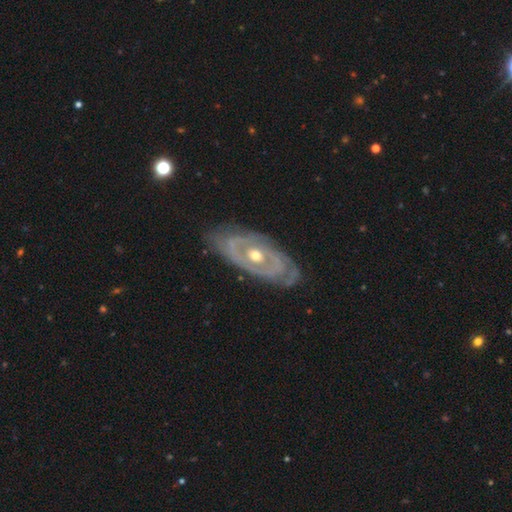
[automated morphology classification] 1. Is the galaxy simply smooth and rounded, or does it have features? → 85% featured or disk, 10% smooth, 4% star or artifact.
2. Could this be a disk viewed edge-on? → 92% no, 8% yes.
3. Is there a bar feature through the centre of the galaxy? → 79% no, 15% weak, 5% strong.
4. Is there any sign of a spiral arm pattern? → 78% yes, 22% no.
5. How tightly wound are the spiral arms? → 71% tight, 22% medium, 7% loose.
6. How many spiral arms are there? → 38% 2 (tied), 38% can't tell (tied), 10% 3, 6% 1, 4% 4, 4% more than 4.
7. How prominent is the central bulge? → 66% moderate, 29% small, 3% large, 1% none, 1% dominant.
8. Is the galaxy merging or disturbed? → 73% none, 20% minor disturbance, 6% major disturbance, 1% merger.